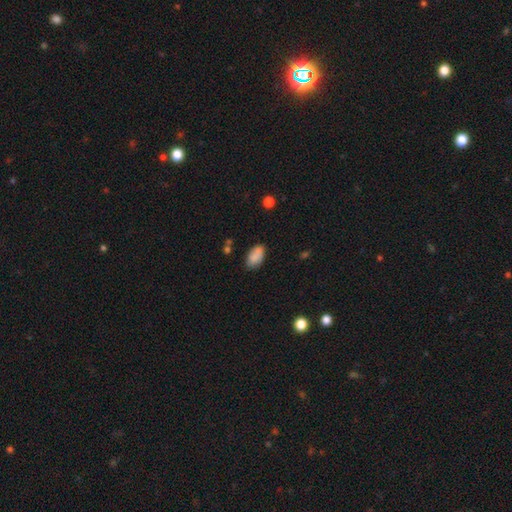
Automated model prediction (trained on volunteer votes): smooth-or-featured: smooth: 87% | star or artifact: 8% | featured or disk: 6%
  how-rounded: in between: 93% | round: 4% | cigar-shaped: 2%
  merging: none: 76% | minor disturbance: 18% | major disturbance: 4% | merger: 3%